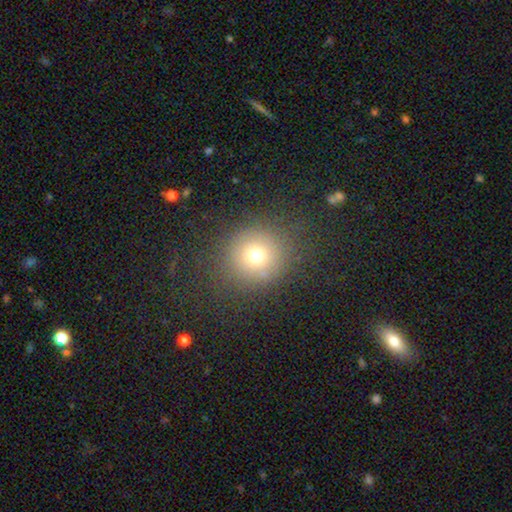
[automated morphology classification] smooth-or-featured: smooth: 72% | star or artifact: 17% | featured or disk: 11%
  how-rounded: round: 88% | in between: 11% | cigar-shaped: 1%
  merging: none: 81% | minor disturbance: 10% | major disturbance: 7% | merger: 2%